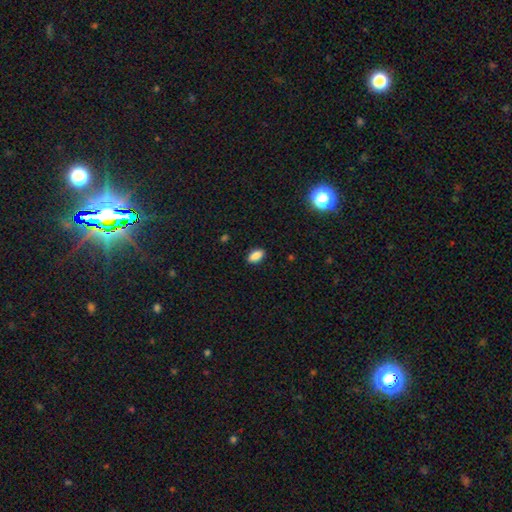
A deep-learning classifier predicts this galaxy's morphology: The model was most divided on "smooth or featured": smooth: 87%, star or artifact: 9%, featured or disk: 4%. More confident: how rounded — in between (89%); merging — none (88%).